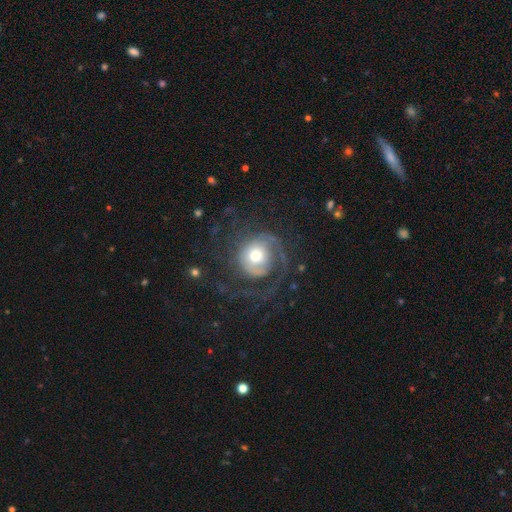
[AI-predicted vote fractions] Smooth or featured?
  - featured or disk: 75% *
  - smooth: 18%
  - star or artifact: 7%
Edge-on disk?
  - no: 98% *
  - yes: 2%
Bar?
  - no: 77% *
  - weak: 19%
  - strong: 4%
Spiral arms?
  - yes: 89% *
  - no: 11%
Spiral winding?
  - tight: 40% *
  - medium: 35%
  - loose: 24%
Spiral arm count?
  - 1: 41% *
  - 2: 24%
  - can't tell: 17%
  - 3: 9%
  - 4: 4%
  - more than 4: 4%
Bulge size?
  - moderate: 59% *
  - large: 26%
  - small: 11%
  - dominant: 3%
  - none: 1%
Merging?
  - none: 55% *
  - major disturbance: 29%
  - minor disturbance: 14%
  - merger: 2%